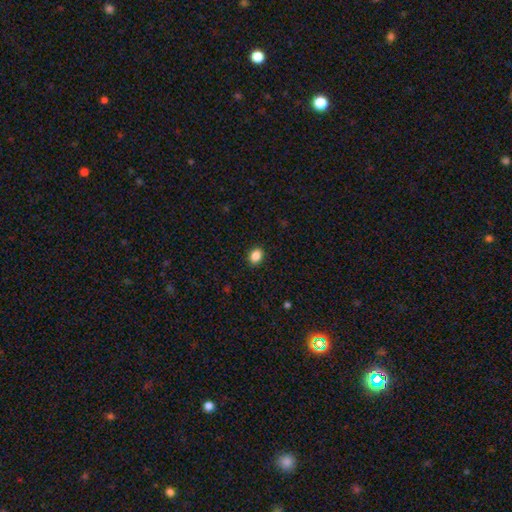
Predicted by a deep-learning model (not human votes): Smooth or featured?
  - smooth: 87% *
  - star or artifact: 9%
  - featured or disk: 4%
How rounded?
  - in between: 64% *
  - round: 35%
  - cigar-shaped: 1%
Merging?
  - none: 90% *
  - minor disturbance: 7%
  - major disturbance: 2%
  - merger: 1%